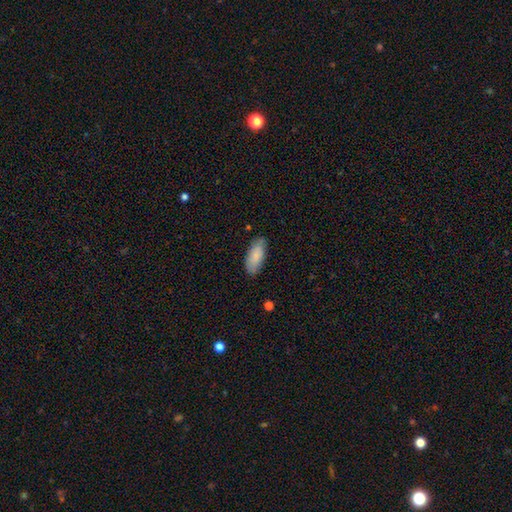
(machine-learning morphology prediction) Smooth or featured?
  - smooth: 82% *
  - featured or disk: 12%
  - star or artifact: 6%
How rounded?
  - in between: 85% *
  - cigar-shaped: 14%
  - round: 2%
Merging?
  - none: 77% *
  - minor disturbance: 19%
  - major disturbance: 3%
  - merger: 1%